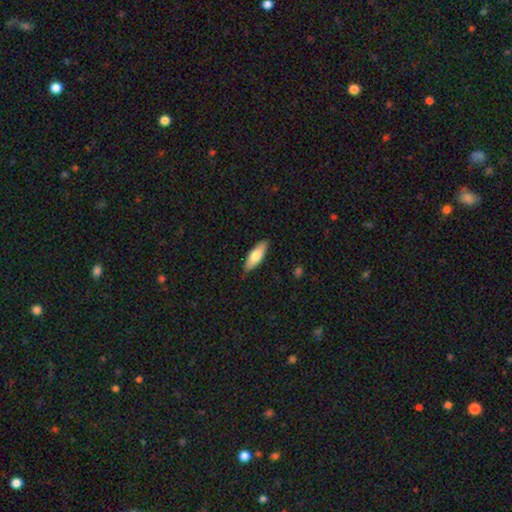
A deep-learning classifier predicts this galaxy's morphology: smooth 72%, featured or disk 23%, star or artifact 6%. Down the decision tree: how rounded — in between (61%); merging — none (87%).